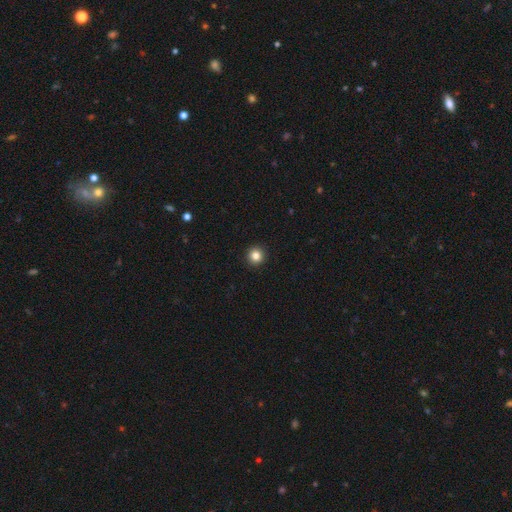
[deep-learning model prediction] smooth-or-featured: smooth: 84% | star or artifact: 11% | featured or disk: 5%
  how-rounded: round: 95% | in between: 4% | cigar-shaped: 1%
  merging: none: 94% | minor disturbance: 4% | major disturbance: 1% | merger: 1%